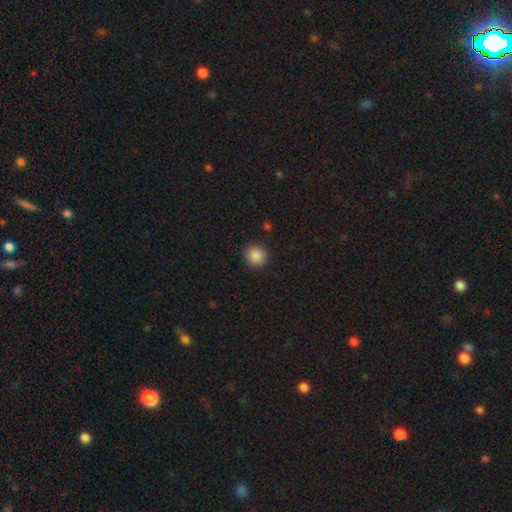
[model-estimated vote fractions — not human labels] Smooth or featured: smooth — 88% (star or artifact — 9%)
How rounded: round — 91% (in between — 8%)
Merging: none — 91% (minor disturbance — 6%)